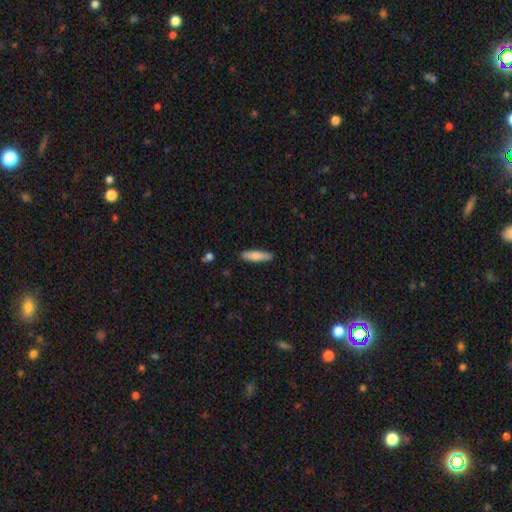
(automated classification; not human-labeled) Smooth or featured? Predicted: smooth (p=0.77). How rounded? Predicted: cigar-shaped (p=0.72). Merging? Predicted: none (p=0.89).